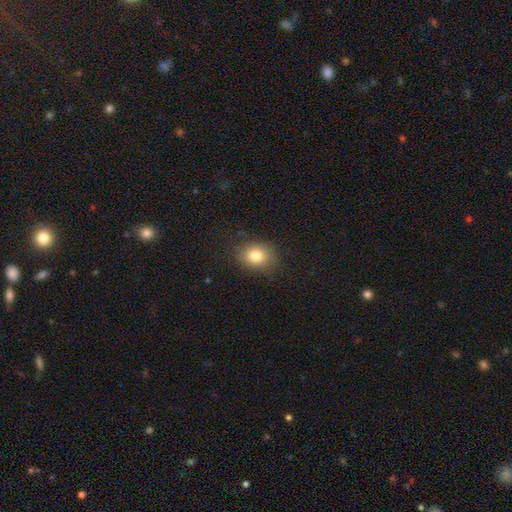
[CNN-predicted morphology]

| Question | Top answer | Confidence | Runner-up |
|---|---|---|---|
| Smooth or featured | smooth | 82% | star or artifact (10%) |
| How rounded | in between | 54% | round (45%) |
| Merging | none | 82% | minor disturbance (13%) |